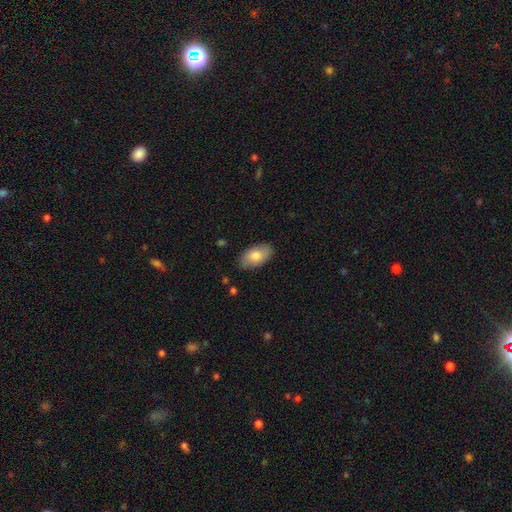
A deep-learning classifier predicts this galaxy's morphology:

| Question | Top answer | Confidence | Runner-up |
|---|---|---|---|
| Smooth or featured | smooth | 78% | featured or disk (16%) |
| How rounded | in between | 95% | round (4%) |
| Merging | none | 85% | minor disturbance (12%) |